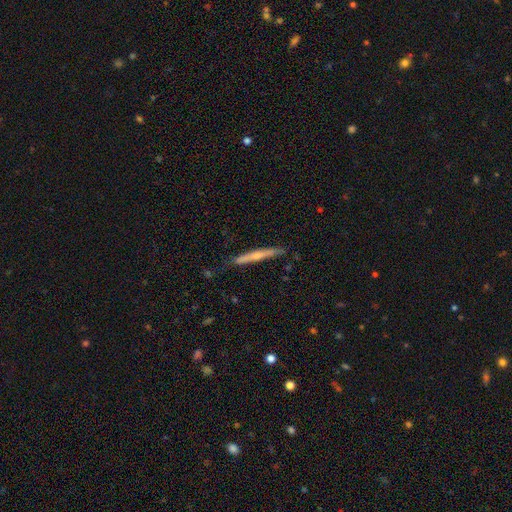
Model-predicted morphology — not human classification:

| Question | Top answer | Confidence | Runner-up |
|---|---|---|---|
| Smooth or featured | featured or disk | 51% | smooth (43%) |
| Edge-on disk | yes | 96% | no (4%) |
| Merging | none | 82% | minor disturbance (14%) |